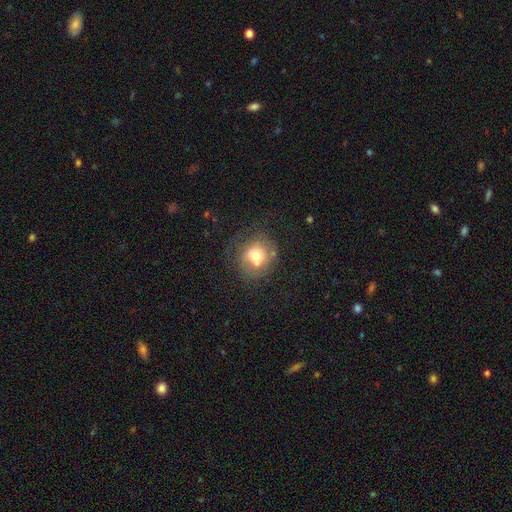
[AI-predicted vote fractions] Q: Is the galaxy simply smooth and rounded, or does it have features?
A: smooth — 57%.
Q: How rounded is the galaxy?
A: round — 82%.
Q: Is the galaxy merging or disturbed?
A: none — 56%.